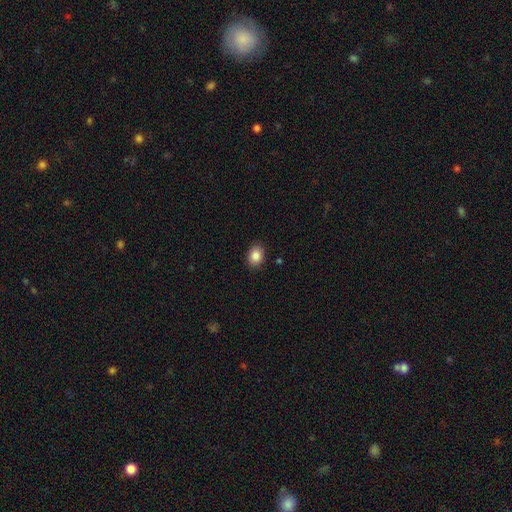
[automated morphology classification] smooth-or-featured: smooth: 87% | star or artifact: 8% | featured or disk: 5%
  how-rounded: in between: 63% | round: 36% | cigar-shaped: 1%
  merging: none: 88% | minor disturbance: 8% | major disturbance: 2% | merger: 1%